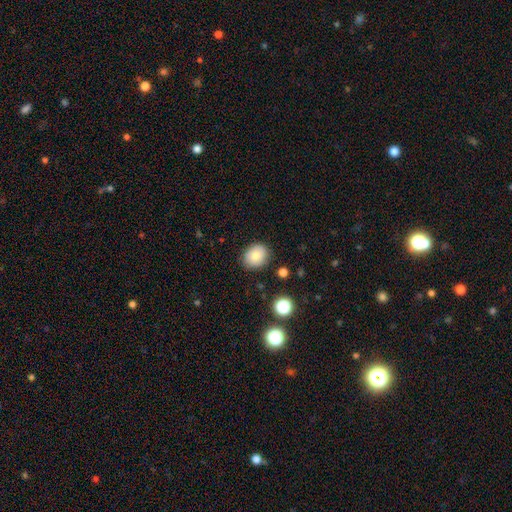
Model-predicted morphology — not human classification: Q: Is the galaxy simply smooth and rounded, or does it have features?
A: smooth — 79%.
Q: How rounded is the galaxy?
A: round — 54%.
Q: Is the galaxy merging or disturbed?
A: none — 83%.